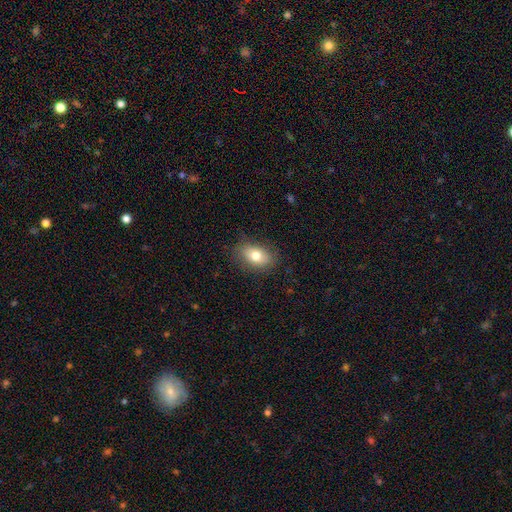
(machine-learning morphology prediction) Smooth or featured?
  - smooth: 77% *
  - featured or disk: 14%
  - star or artifact: 9%
How rounded?
  - in between: 83% *
  - round: 15%
  - cigar-shaped: 2%
Merging?
  - none: 84% *
  - minor disturbance: 12%
  - major disturbance: 3%
  - merger: 1%